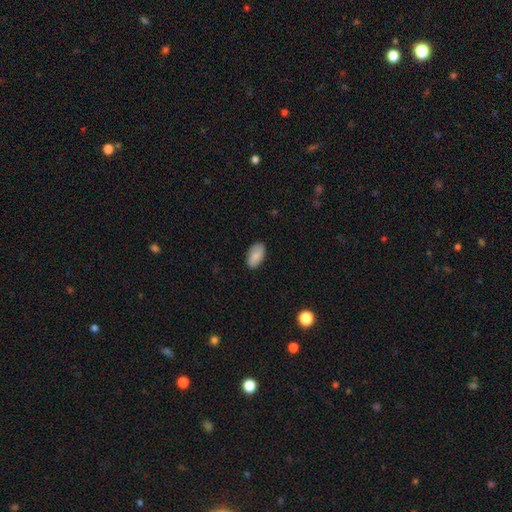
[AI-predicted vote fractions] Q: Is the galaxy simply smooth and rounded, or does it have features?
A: smooth — 85%.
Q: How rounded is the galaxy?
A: in between — 94%.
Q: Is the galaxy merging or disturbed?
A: none — 87%.